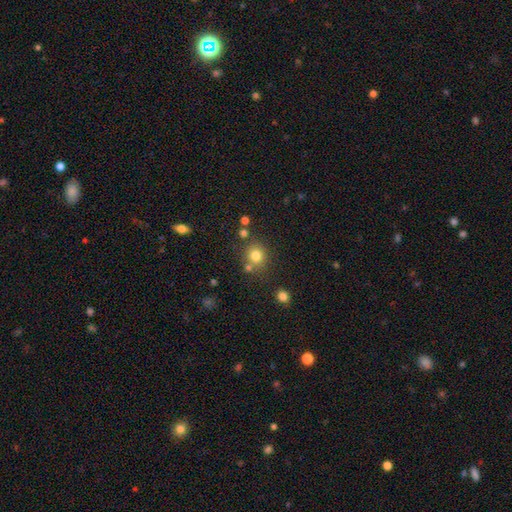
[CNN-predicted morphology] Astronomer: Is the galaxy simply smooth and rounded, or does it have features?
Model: smooth — 78%.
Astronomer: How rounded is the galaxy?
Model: round — 84%.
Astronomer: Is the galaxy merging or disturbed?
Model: none — 72%.